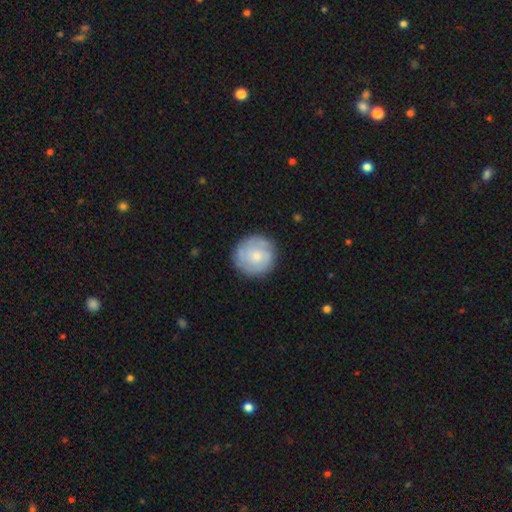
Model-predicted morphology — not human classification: Smooth or featured: featured or disk — 48% (smooth — 46%)
Merging: none — 81% (minor disturbance — 14%)